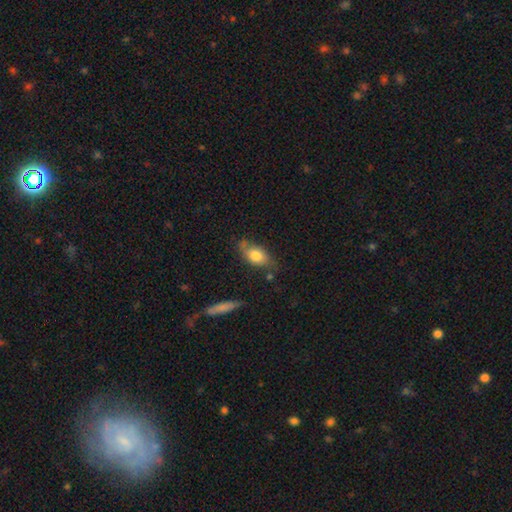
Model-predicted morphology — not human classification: A smooth galaxy with no disk features (77%) that is in between round and cigar-shaped (81%).

Vote fractions:
- Smooth or featured? smooth: 77% / featured or disk: 16% / star or artifact: 7%
- How rounded? in between: 81% / round: 13% / cigar-shaped: 7%
- Merging? none: 64% / minor disturbance: 22% / merger: 7% / major disturbance: 6%